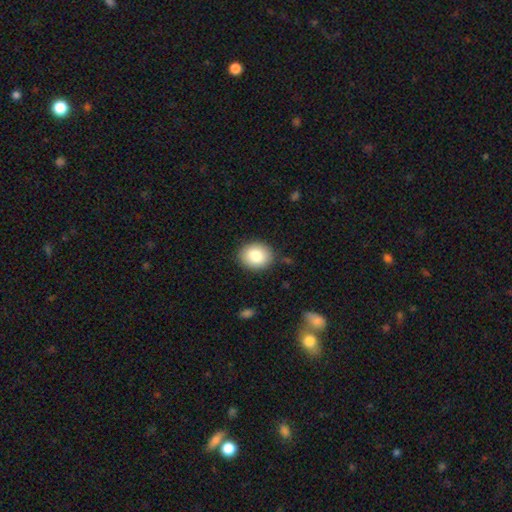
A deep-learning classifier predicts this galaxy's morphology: smooth-or-featured: smooth: 83% | featured or disk: 9% | star or artifact: 8%
  how-rounded: round: 59% | in between: 40% | cigar-shaped: 1%
  merging: none: 87% | minor disturbance: 10% | major disturbance: 2% | merger: 1%